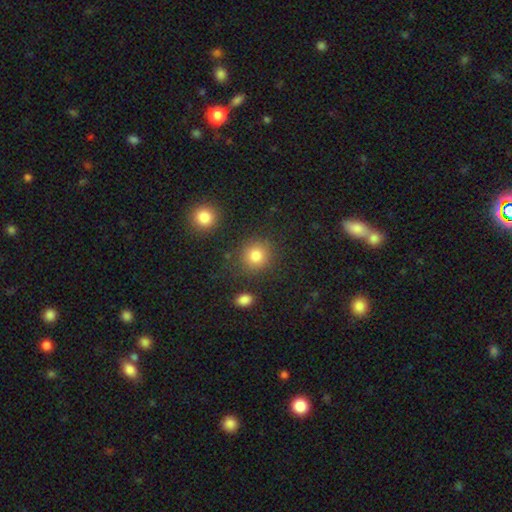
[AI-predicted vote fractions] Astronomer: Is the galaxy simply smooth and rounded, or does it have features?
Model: smooth — 82%.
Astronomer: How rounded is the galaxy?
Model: round — 86%.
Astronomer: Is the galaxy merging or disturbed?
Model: none — 82%.